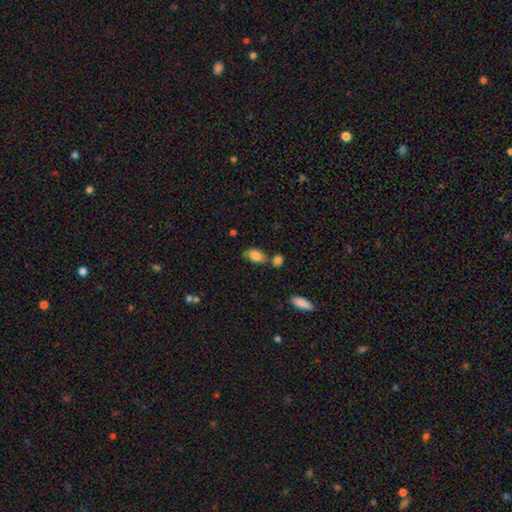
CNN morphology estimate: smooth-or-featured: smooth: 82% | featured or disk: 10% | star or artifact: 8%
  how-rounded: in between: 90% | round: 7% | cigar-shaped: 3%
  merging: none: 64% | minor disturbance: 17% | merger: 15% | major disturbance: 4%